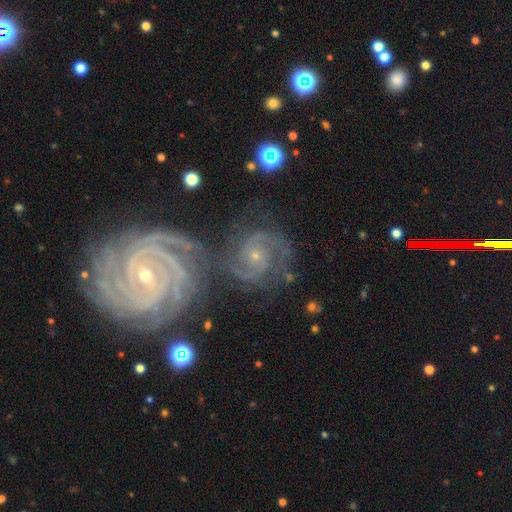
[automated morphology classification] A featured or disk galaxy (89%) with no bar (63%), 2 (41%) tight (65%) spiral arms (98%) and a small central bulge (68%). Merging: none (52%).